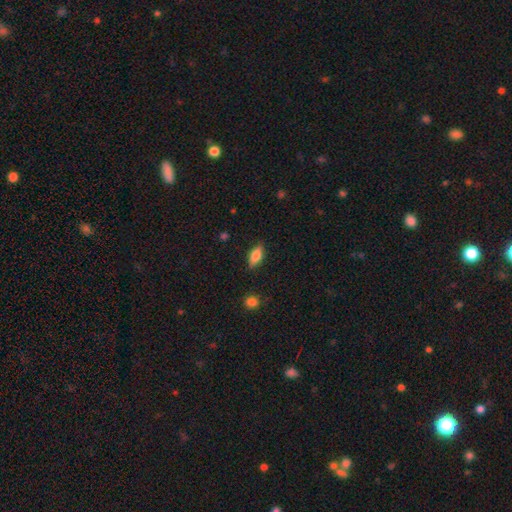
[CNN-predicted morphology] Smooth or featured?
  - smooth: 76% *
  - featured or disk: 17%
  - star or artifact: 7%
How rounded?
  - in between: 81% *
  - cigar-shaped: 15%
  - round: 3%
Merging?
  - none: 84% *
  - minor disturbance: 12%
  - major disturbance: 3%
  - merger: 1%